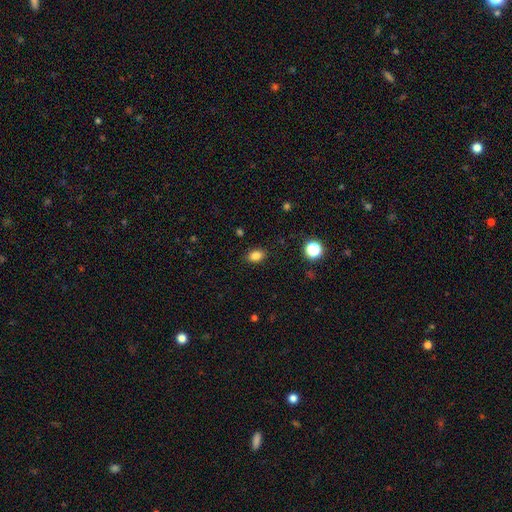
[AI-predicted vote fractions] smooth-or-featured: smooth: 83% | star or artifact: 12% | featured or disk: 5%
  how-rounded: in between: 75% | round: 23% | cigar-shaped: 1%
  merging: none: 87% | minor disturbance: 9% | major disturbance: 3% | merger: 1%